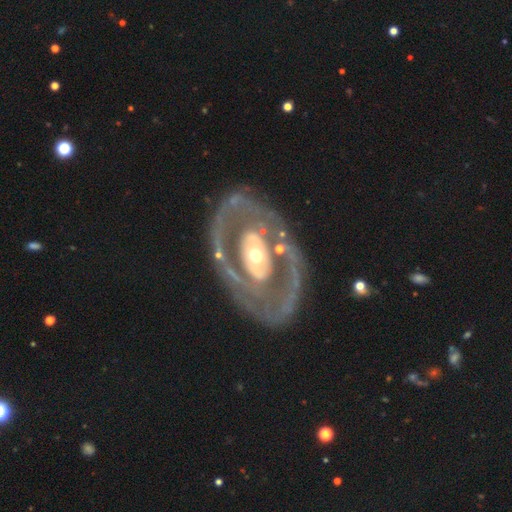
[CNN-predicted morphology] Smooth or featured?
  - featured or disk: 79% *
  - smooth: 17%
  - star or artifact: 5%
Edge-on disk?
  - no: 94% *
  - yes: 6%
Bar?
  - no: 71% *
  - weak: 17%
  - strong: 12%
Spiral arms?
  - no: 57% *
  - yes: 43%
Bulge size?
  - moderate: 66% *
  - small: 16%
  - large: 16%
  - dominant: 2%
  - none: 1%
Merging?
  - none: 70% *
  - minor disturbance: 14%
  - major disturbance: 13%
  - merger: 3%